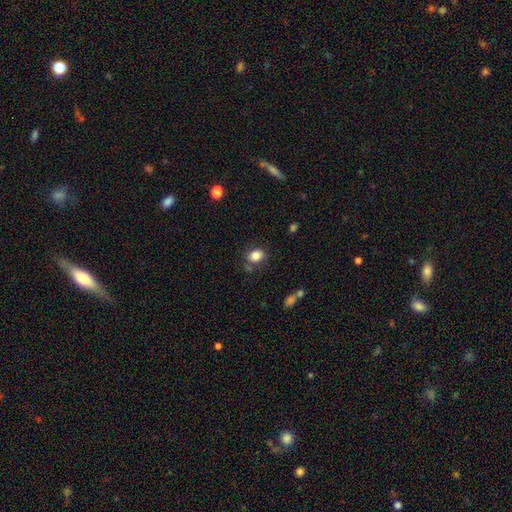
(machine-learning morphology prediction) smooth_or_featured: smooth (p=0.83) [alt: star or artifact p=0.10]
how_rounded: in between (p=0.53) [alt: round p=0.46]
merging: none (p=0.75) [alt: minor disturbance p=0.14]